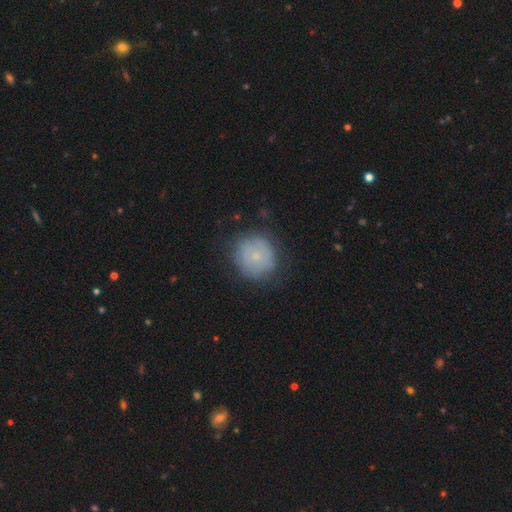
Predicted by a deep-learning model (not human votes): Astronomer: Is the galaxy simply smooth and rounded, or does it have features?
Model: smooth — 65%.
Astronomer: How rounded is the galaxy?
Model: round — 89%.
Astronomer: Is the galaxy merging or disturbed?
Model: none — 74%.